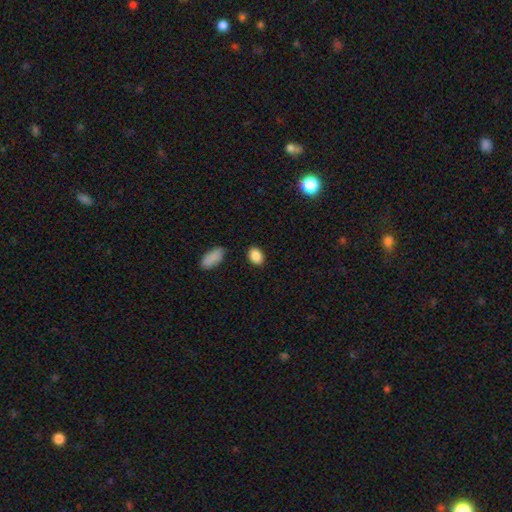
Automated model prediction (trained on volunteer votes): smooth_or_featured: smooth (p=0.88) [alt: star or artifact p=0.08]
how_rounded: in between (p=0.76) [alt: round p=0.23]
merging: none (p=0.86) [alt: minor disturbance p=0.10]